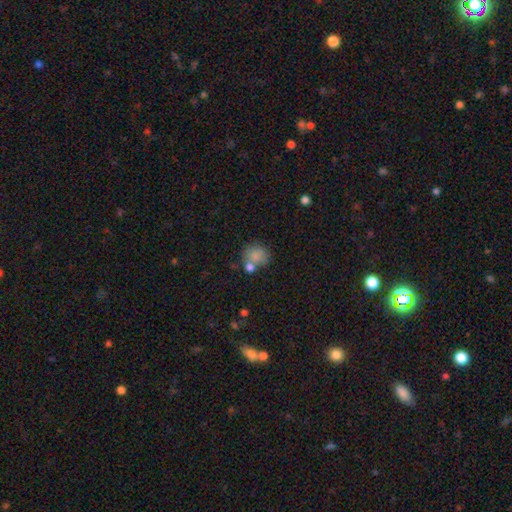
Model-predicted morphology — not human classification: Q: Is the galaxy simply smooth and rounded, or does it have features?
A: smooth — 81%.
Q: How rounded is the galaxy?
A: round — 78%.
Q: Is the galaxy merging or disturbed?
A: none — 57%.